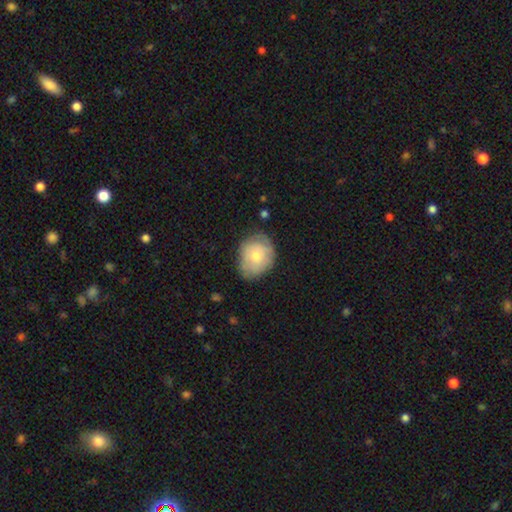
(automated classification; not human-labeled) smooth-or-featured: smooth: 66% | featured or disk: 27% | star or artifact: 7%
  how-rounded: round: 55% | in between: 44% | cigar-shaped: 1%
  merging: none: 66% | minor disturbance: 27% | major disturbance: 5% | merger: 2%